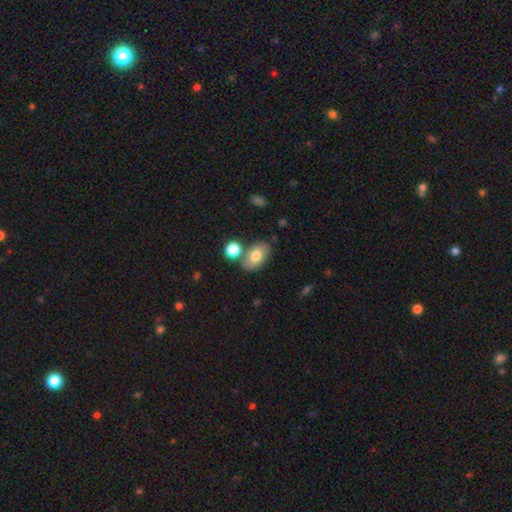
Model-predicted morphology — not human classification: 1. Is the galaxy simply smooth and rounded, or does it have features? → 75% smooth, 17% featured or disk, 8% star or artifact.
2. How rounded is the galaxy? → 88% in between, 11% round, 2% cigar-shaped.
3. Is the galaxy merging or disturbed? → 66% none, 18% merger, 12% minor disturbance, 3% major disturbance.